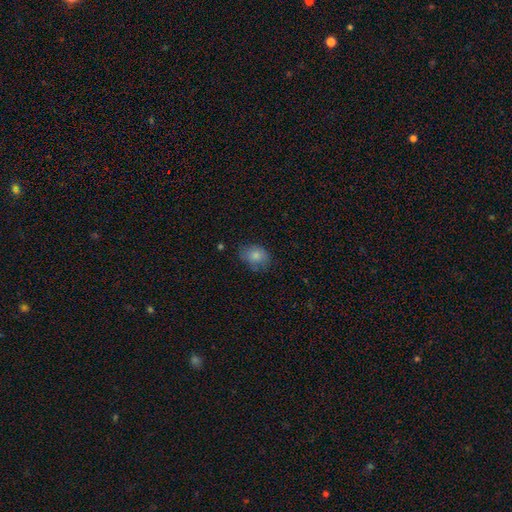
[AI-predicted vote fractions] smooth 81%, featured or disk 10%, star or artifact 8%. Down the decision tree: how rounded — in between (66%); merging — none (66%).